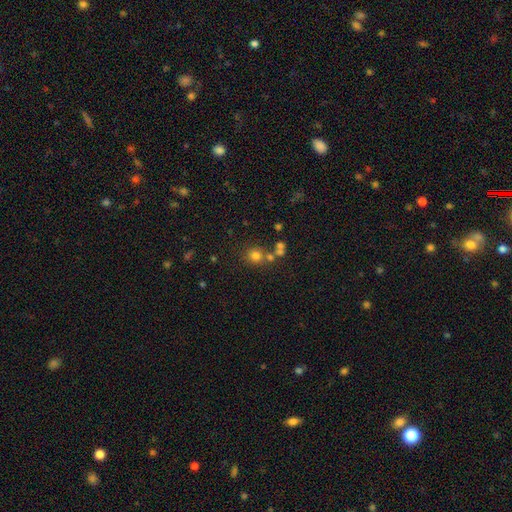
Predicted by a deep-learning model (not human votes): This appears to be a smooth galaxy with no disk features (74%) that is round (86%). Merging: none (64%).